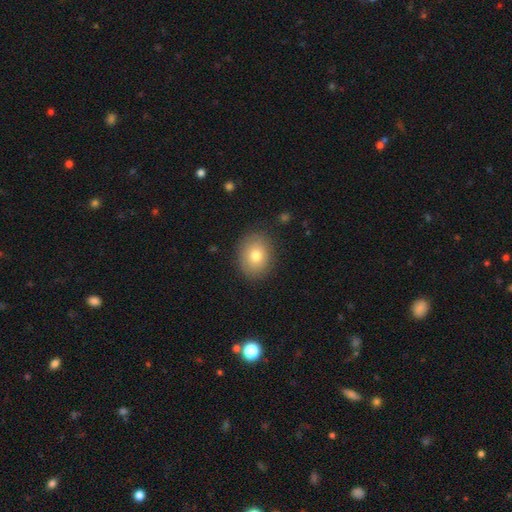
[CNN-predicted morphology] A smooth galaxy with no disk features (77%) that is round (51%).

Vote fractions:
- Smooth or featured? smooth: 77% / featured or disk: 14% / star or artifact: 9%
- How rounded? round: 51% / in between: 48% / cigar-shaped: 1%
- Merging? none: 86% / minor disturbance: 10% / major disturbance: 3% / merger: 1%